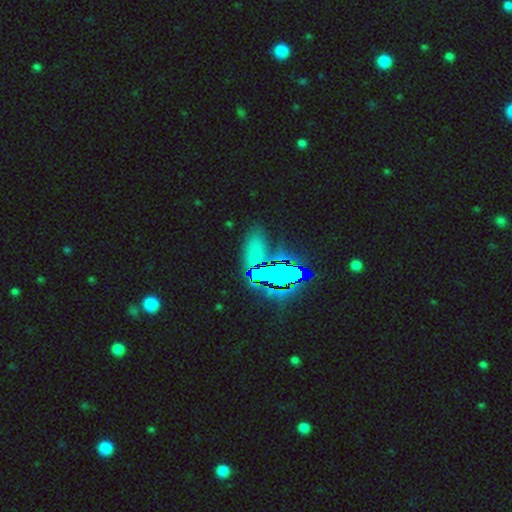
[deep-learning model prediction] This appears to be a star or artifact, not a galaxy (58%).